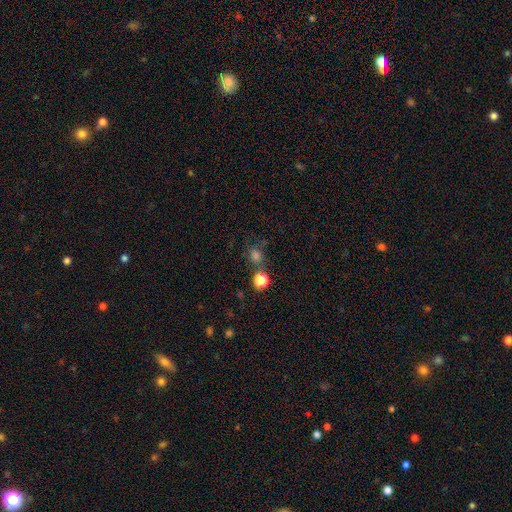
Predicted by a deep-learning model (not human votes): smooth-or-featured: smooth: 61% | star or artifact: 30% | featured or disk: 10%
  how-rounded: round: 79% | in between: 20% | cigar-shaped: 1%
  merging: none: 66% | merger: 13% | minor disturbance: 13% | major disturbance: 7%